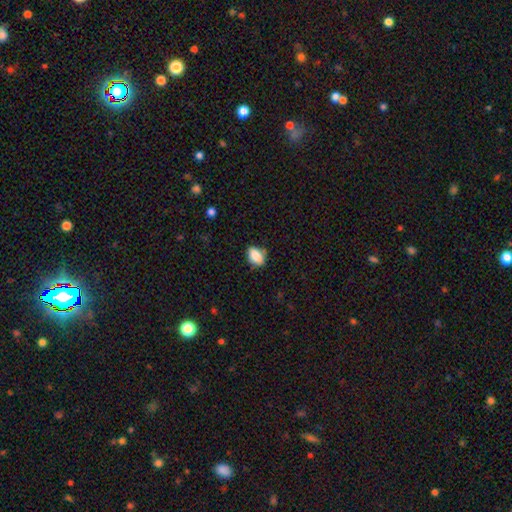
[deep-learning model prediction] Morphology: type=smooth (86%); roundness=in between (85%); merging=none (75%).